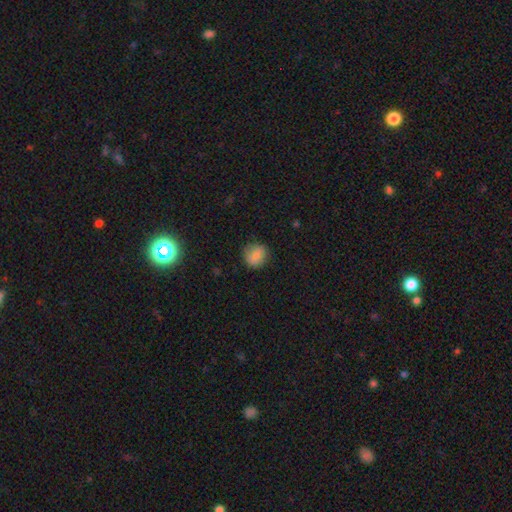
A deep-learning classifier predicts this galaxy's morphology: This appears to be a smooth galaxy with no disk features (83%) that is round (80%). Merging: none (83%).